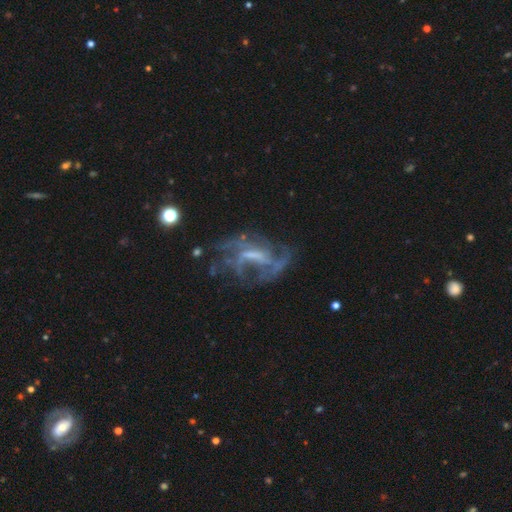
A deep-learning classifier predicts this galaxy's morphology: Overall: featured or disk (77%). Edge-on disk: no (94%). Bar: weak (46%; no 27%). Spiral arms: yes (74%). Spiral arm count: can't tell (42%; 2 25%). Spiral winding: medium (40%; loose 38%). Bulge size: none (37%; small 33%). Merging: none (48%; major disturbance 29%).